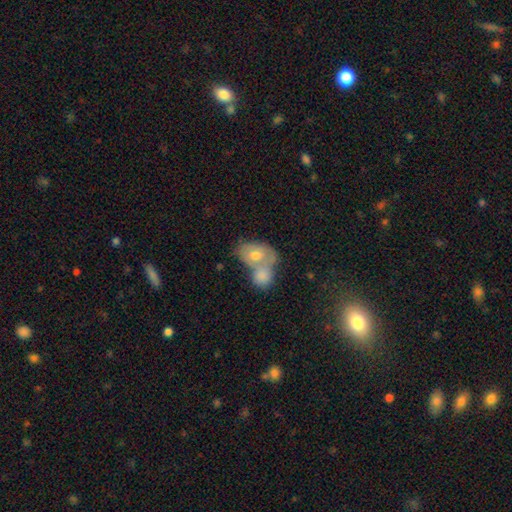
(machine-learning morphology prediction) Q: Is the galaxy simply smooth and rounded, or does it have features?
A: smooth — 62%.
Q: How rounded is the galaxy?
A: in between — 72%.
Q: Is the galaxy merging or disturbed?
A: merger — 62%.